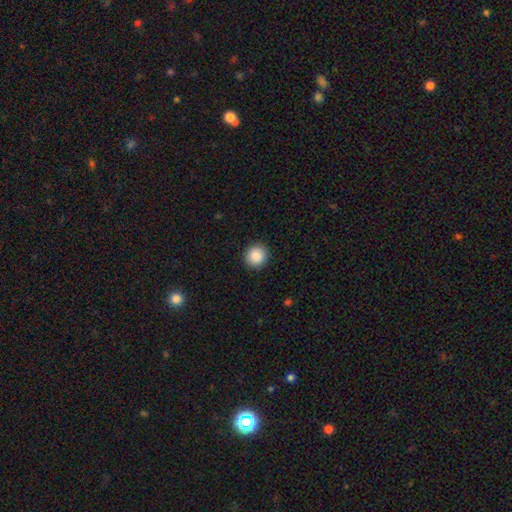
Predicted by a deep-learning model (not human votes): Q: Smooth or featured?
A: smooth (87%); runner-up: star or artifact (9%)
Q: How rounded?
A: round (91%); runner-up: in between (8%)
Q: Merging?
A: none (92%); runner-up: minor disturbance (5%)